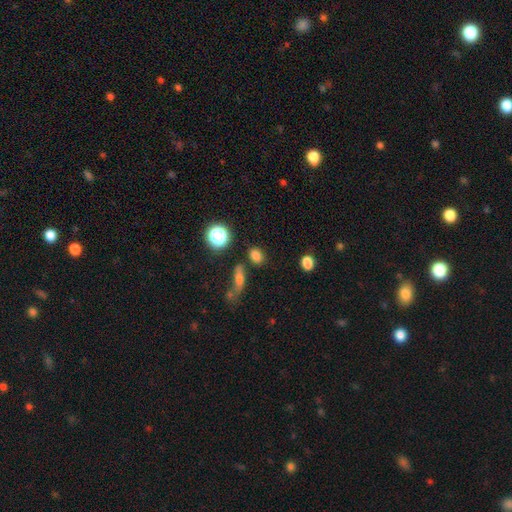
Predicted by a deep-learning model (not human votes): This appears to be a smooth galaxy with no disk features (78%) that is in between round and cigar-shaped (55%). Merging: none (76%).